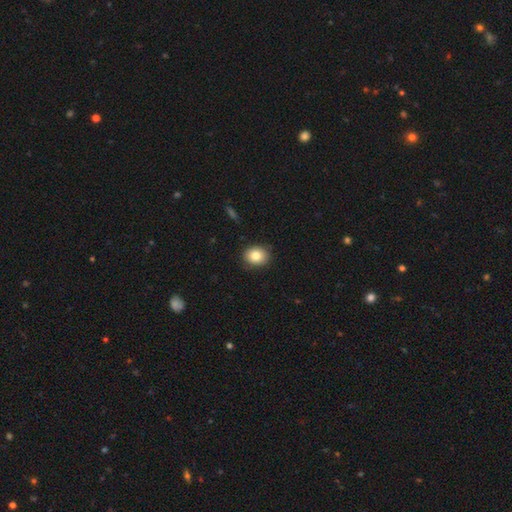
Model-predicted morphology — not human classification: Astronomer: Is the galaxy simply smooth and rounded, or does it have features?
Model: smooth — 82%.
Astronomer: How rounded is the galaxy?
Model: round — 61% (runner-up: in between, 38%).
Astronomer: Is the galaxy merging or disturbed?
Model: none — 88%.